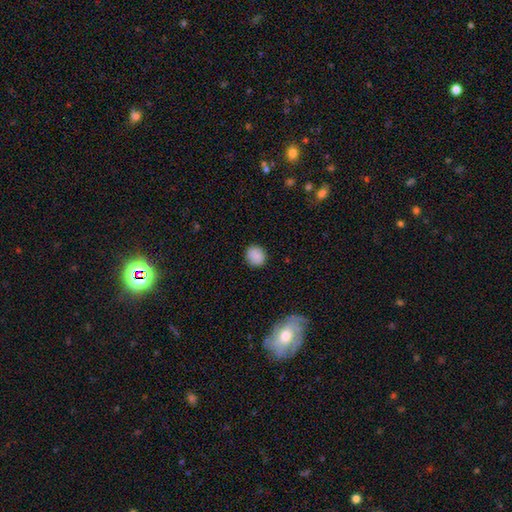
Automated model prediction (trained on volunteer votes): Smooth or featured: smooth — 86% (star or artifact — 9%)
How rounded: round — 82% (in between — 17%)
Merging: none — 90% (minor disturbance — 7%)